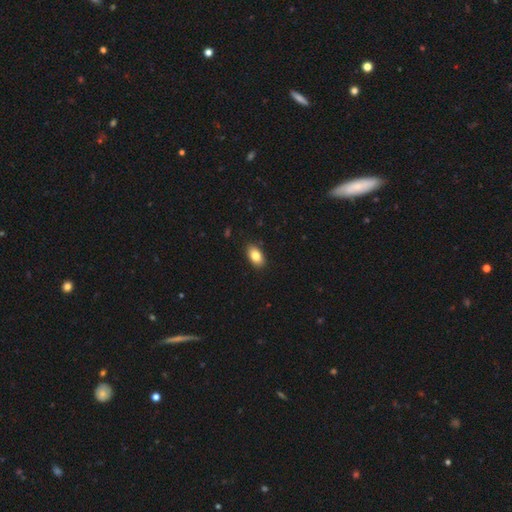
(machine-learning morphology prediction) Smooth or featured?
  - smooth: 84% *
  - featured or disk: 8%
  - star or artifact: 8%
How rounded?
  - in between: 91% *
  - round: 7%
  - cigar-shaped: 2%
Merging?
  - none: 89% *
  - minor disturbance: 8%
  - major disturbance: 2%
  - merger: 1%